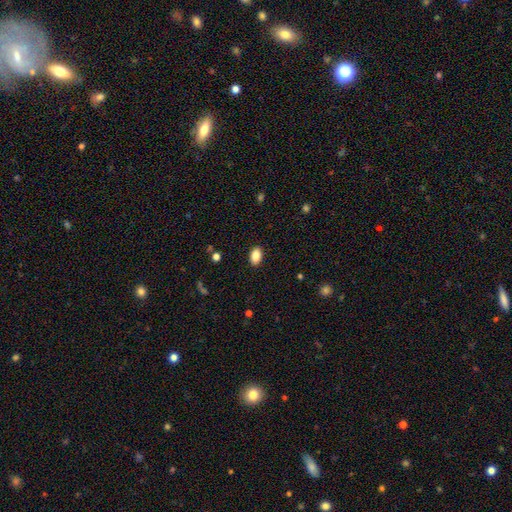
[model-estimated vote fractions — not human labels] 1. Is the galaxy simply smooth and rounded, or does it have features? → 87% smooth, 8% star or artifact, 5% featured or disk.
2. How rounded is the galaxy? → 90% in between, 8% round, 2% cigar-shaped.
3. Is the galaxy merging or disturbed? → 89% none, 8% minor disturbance, 2% major disturbance, 1% merger.